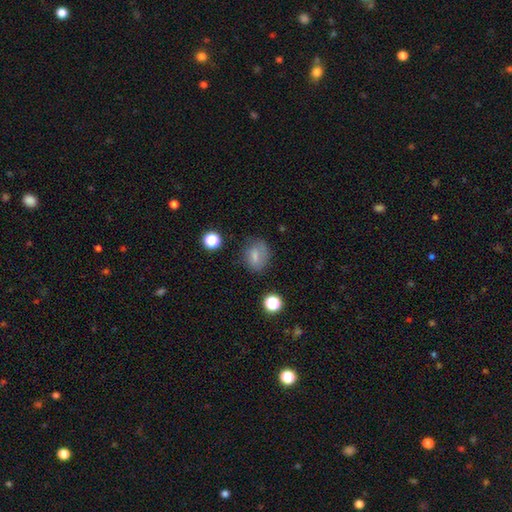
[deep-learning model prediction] A smooth galaxy with no disk features (70%) that is in between round and cigar-shaped (55%). Merging: none (65%).